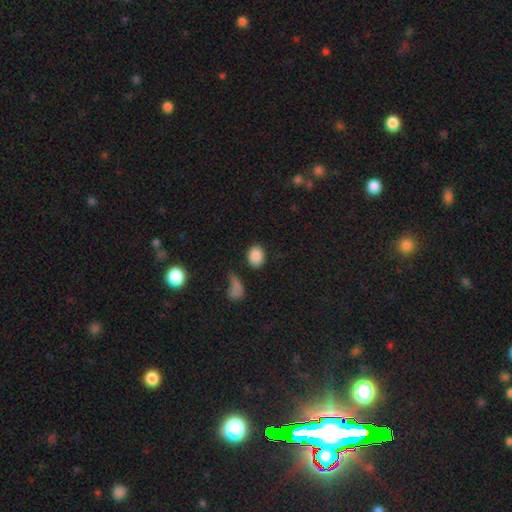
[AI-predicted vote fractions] A smooth galaxy with no disk features (86%) that is in between round and cigar-shaped (60%). Merging: none (79%).